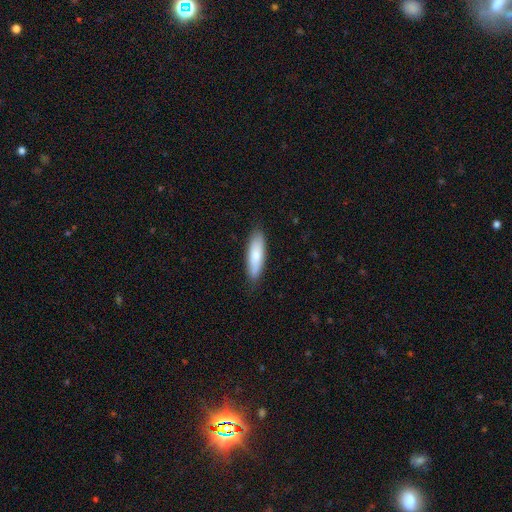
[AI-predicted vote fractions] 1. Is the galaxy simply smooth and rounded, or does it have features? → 79% smooth, 16% featured or disk, 5% star or artifact.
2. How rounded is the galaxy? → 57% cigar-shaped, 41% in between, 2% round.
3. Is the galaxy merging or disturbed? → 85% none, 12% minor disturbance, 2% major disturbance, 1% merger.